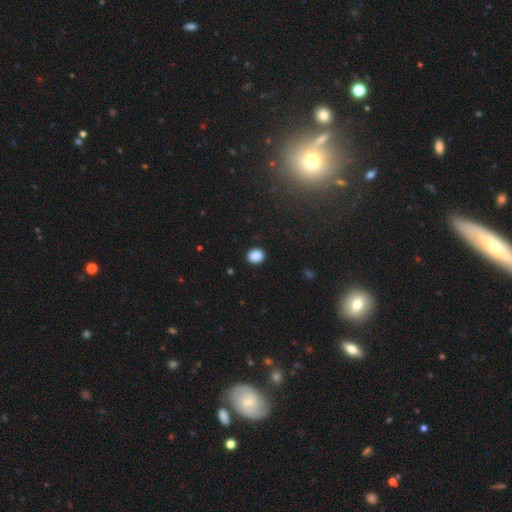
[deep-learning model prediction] smooth-or-featured: smooth: 88% | star or artifact: 9% | featured or disk: 3%
  how-rounded: round: 62% | in between: 37% | cigar-shaped: 1%
  merging: none: 89% | minor disturbance: 8% | major disturbance: 2% | merger: 1%